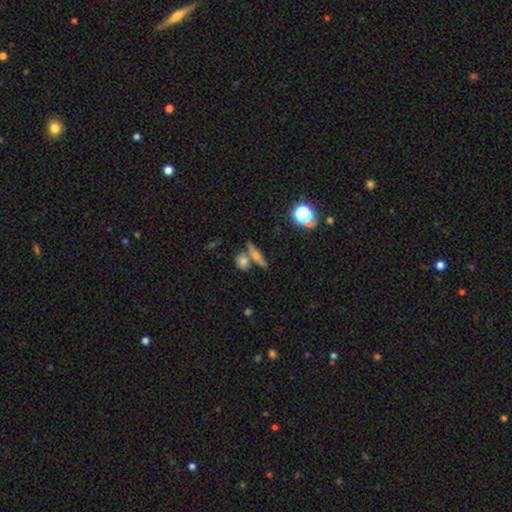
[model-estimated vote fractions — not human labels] featured or disk 42% (tied), smooth 42% (tied), star or artifact 16%. Down the decision tree: merging — none (60%).